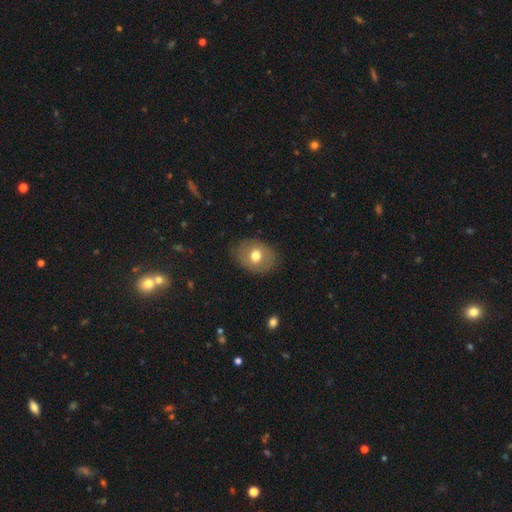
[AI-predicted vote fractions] Morphology: type=smooth (68%); roundness=in between (61%); merging=none (82%).